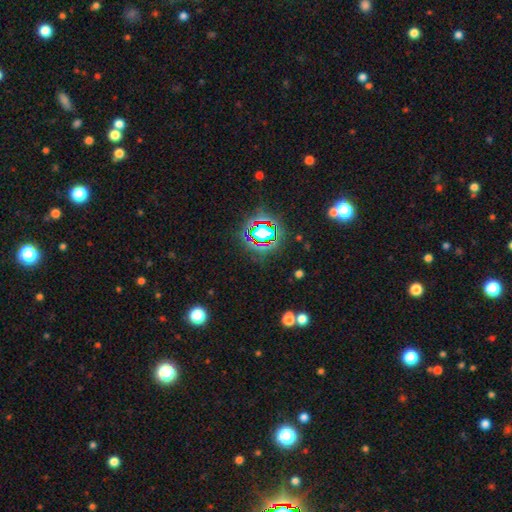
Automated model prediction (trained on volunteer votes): The model was most divided on "smooth or featured": star or artifact: 78%, smooth: 13%, featured or disk: 9%.